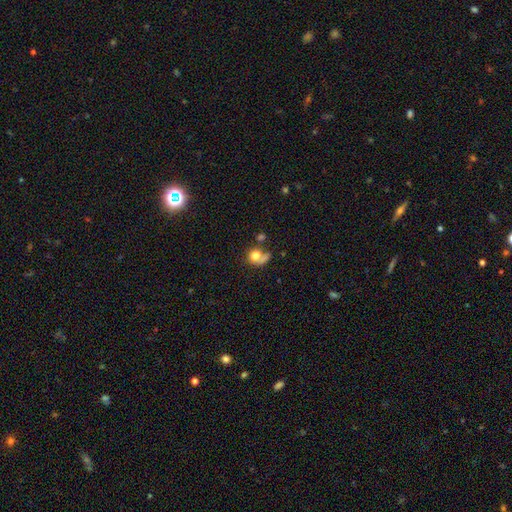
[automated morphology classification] Smooth or featured? smooth (69%)
How rounded? round (73%)
Merging? none (35%)